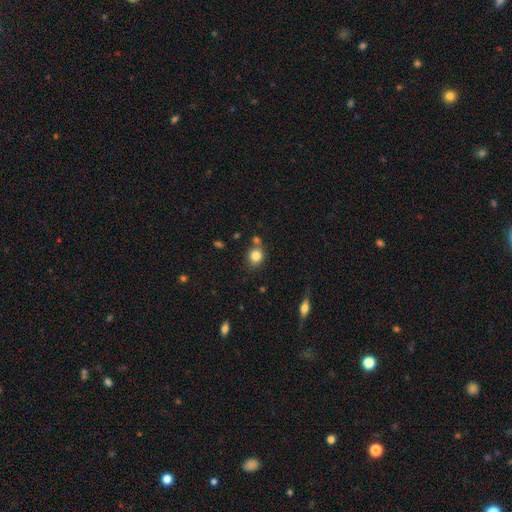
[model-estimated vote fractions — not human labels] smooth-or-featured: smooth: 82% | star or artifact: 11% | featured or disk: 7%
  how-rounded: round: 76% | in between: 23% | cigar-shaped: 1%
  merging: none: 68% | merger: 15% | minor disturbance: 13% | major disturbance: 4%